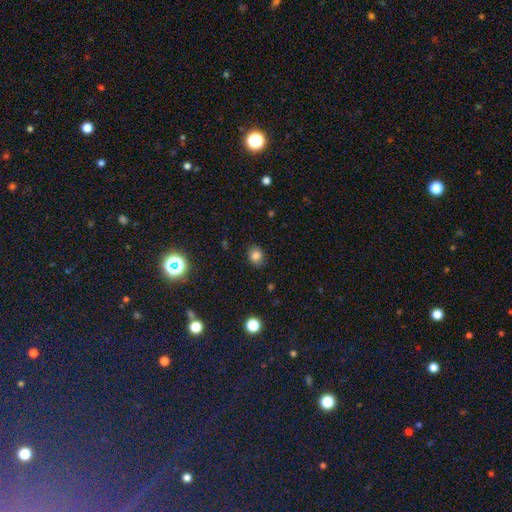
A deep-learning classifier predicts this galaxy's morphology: This appears to be a smooth galaxy with no disk features (81%) that is round (54%). Merging: none (86%).